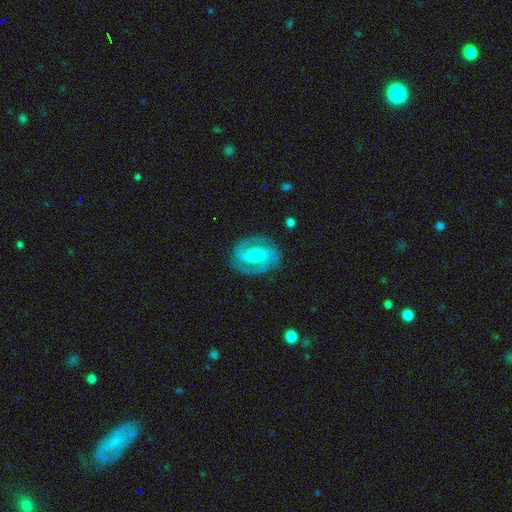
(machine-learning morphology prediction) featured or disk 88%, smooth 7%, star or artifact 5%. Down the decision tree: edge-on disk — no (98%); bar — no (50%); spiral arms — yes (97%); spiral arm count — 2 (68%); spiral winding — medium (46%, tied with tight); bulge size — small (63%); merging — none (82%).